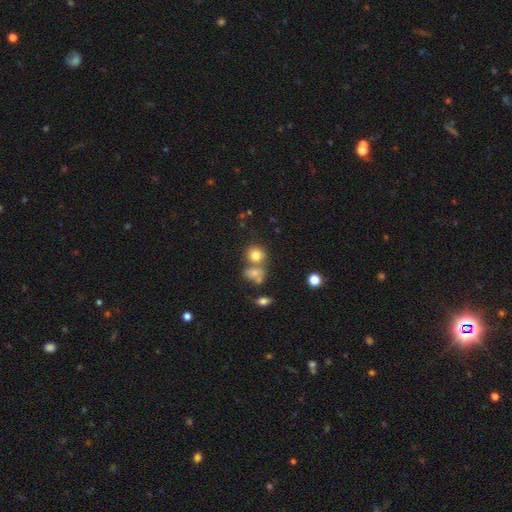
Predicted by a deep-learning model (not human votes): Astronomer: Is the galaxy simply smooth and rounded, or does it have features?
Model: smooth — 77%.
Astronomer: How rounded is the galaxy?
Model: round — 77%.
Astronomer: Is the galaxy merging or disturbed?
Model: none — 49% (runner-up: merger, 35%).